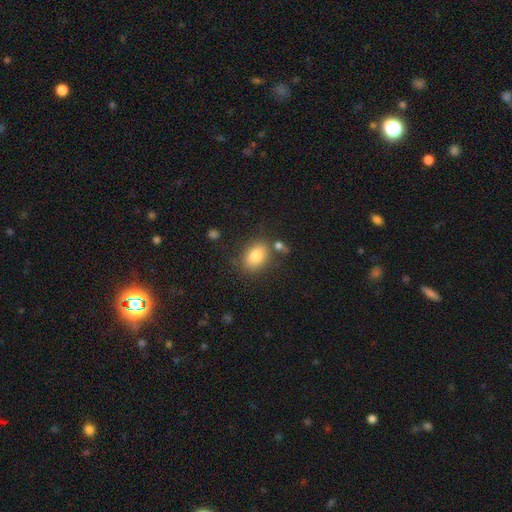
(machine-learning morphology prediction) Q: Smooth or featured?
A: smooth (82%); runner-up: featured or disk (10%)
Q: How rounded?
A: in between (78%); runner-up: round (20%)
Q: Merging?
A: none (73%); runner-up: minor disturbance (14%)